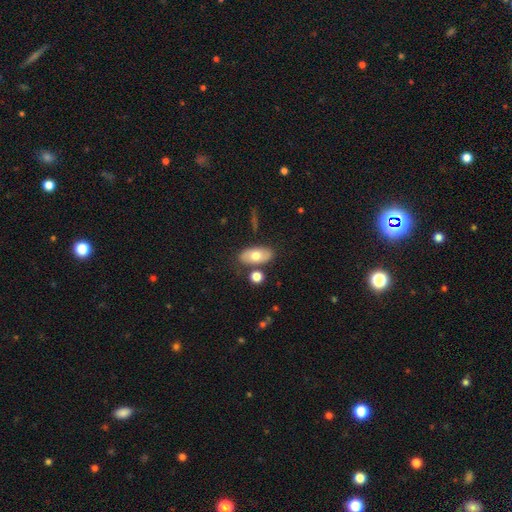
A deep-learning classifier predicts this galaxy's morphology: Smooth or featured?
  - smooth: 71% *
  - featured or disk: 22%
  - star or artifact: 7%
How rounded?
  - in between: 91% *
  - round: 5%
  - cigar-shaped: 4%
Merging?
  - none: 75% *
  - minor disturbance: 12%
  - merger: 10%
  - major disturbance: 3%